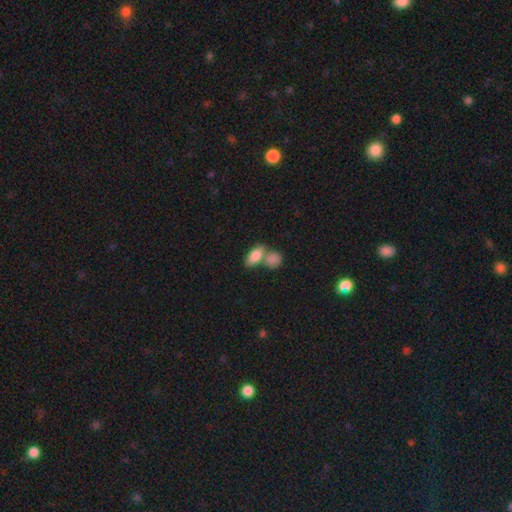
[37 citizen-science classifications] Smooth or featured? smooth (81%)
How rounded? in between (93%)
Merging? merger (49%)